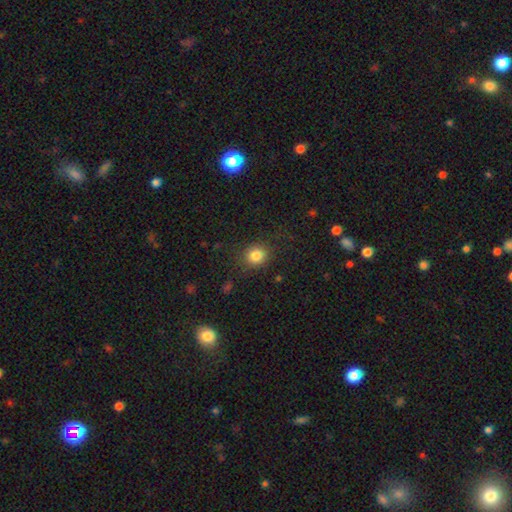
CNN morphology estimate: A smooth galaxy with no disk features (83%) that is round (78%).

Vote fractions:
- Smooth or featured? smooth: 83% / star or artifact: 11% / featured or disk: 6%
- How rounded? round: 78% / in between: 21% / cigar-shaped: 1%
- Merging? none: 85% / minor disturbance: 10% / major disturbance: 4% / merger: 1%